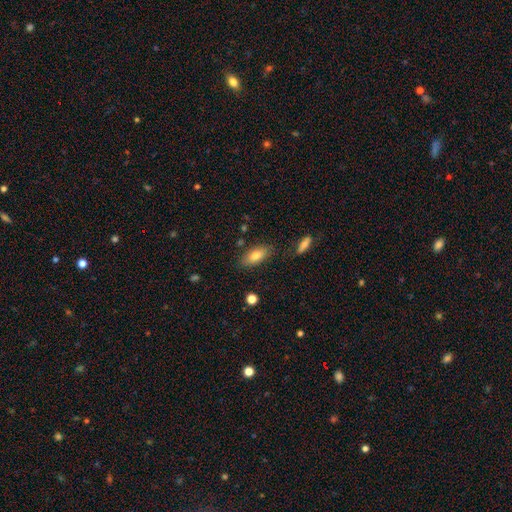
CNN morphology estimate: smooth-or-featured: smooth: 78% | featured or disk: 14% | star or artifact: 8%
  how-rounded: in between: 84% | cigar-shaped: 13% | round: 3%
  merging: none: 80% | minor disturbance: 13% | merger: 4% | major disturbance: 3%